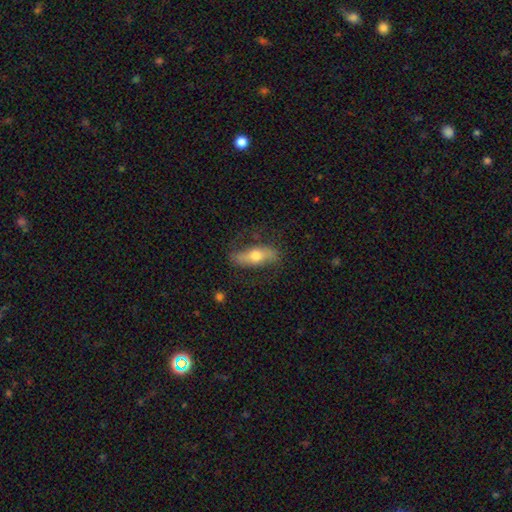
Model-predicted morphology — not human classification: Overall: featured or disk (48%; smooth 46%). Merging: none (74%).